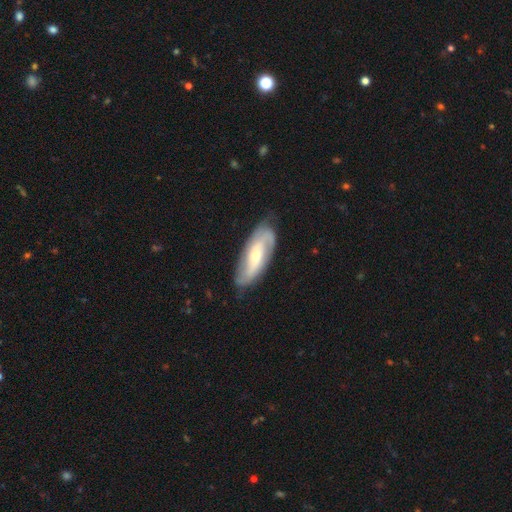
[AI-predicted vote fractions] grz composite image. It shows a featured or disk galaxy (72%) with no bar (44%), 2 (71%) medium (40%) spiral arms (90%) and a small central bulge (49%). Merging: none (77%).